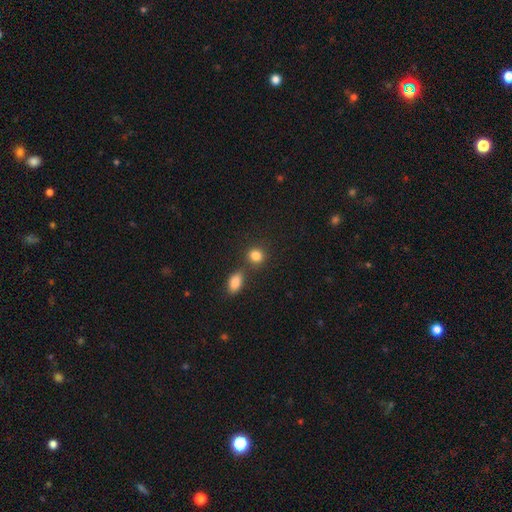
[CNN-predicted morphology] smooth-or-featured: smooth: 84% | star or artifact: 10% | featured or disk: 5%
  how-rounded: round: 74% | in between: 24% | cigar-shaped: 2%
  merging: none: 68% | merger: 19% | minor disturbance: 10% | major disturbance: 4%